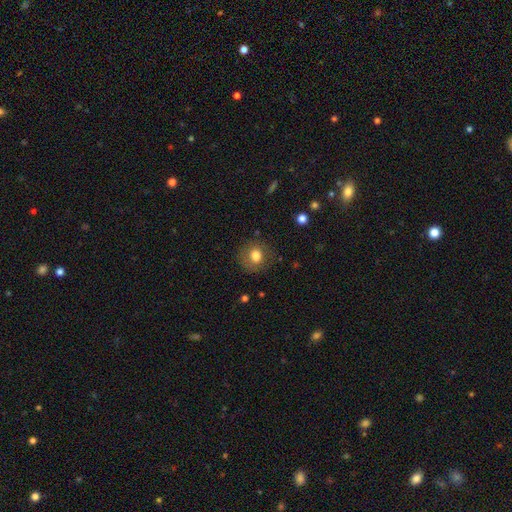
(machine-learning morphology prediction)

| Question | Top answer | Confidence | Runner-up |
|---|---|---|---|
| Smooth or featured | smooth | 77% | featured or disk (13%) |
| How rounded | round | 83% | in between (16%) |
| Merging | none | 82% | minor disturbance (12%) |